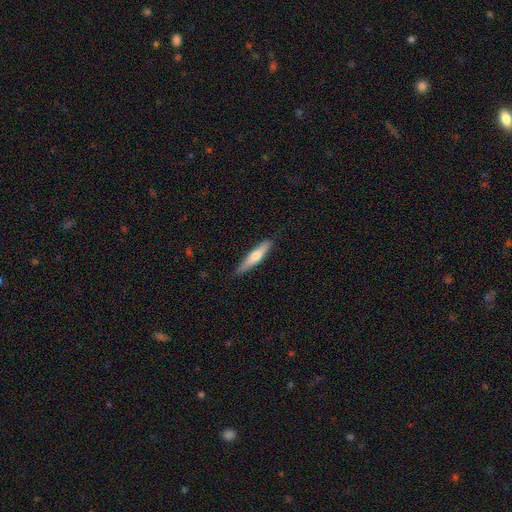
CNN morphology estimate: Smooth or featured?
  - smooth: 59% *
  - featured or disk: 36%
  - star or artifact: 5%
How rounded?
  - cigar-shaped: 85% *
  - in between: 14%
  - round: 1%
Merging?
  - none: 86% *
  - minor disturbance: 11%
  - major disturbance: 2%
  - merger: 1%